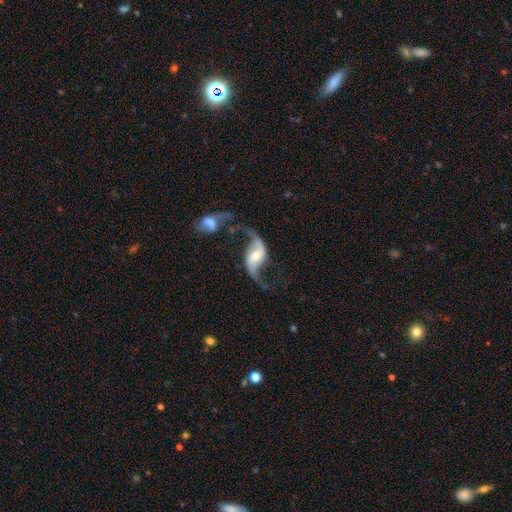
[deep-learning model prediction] Morphology: type=featured or disk (89%); edge-on=no (96%); bar=weak (40%); spiral arms=yes (95%); winding=loose (90%); arm count=2 (93%); bulge=moderate (60%); merging=none (50%).